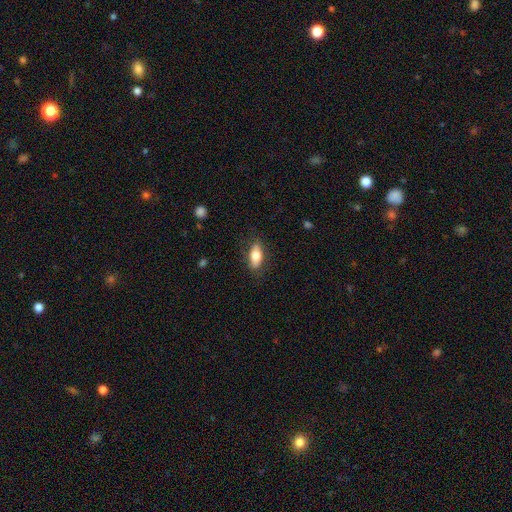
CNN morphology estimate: This appears to be a smooth galaxy with no disk features (75%) that is in between round and cigar-shaped (80%). Merging: none (83%).